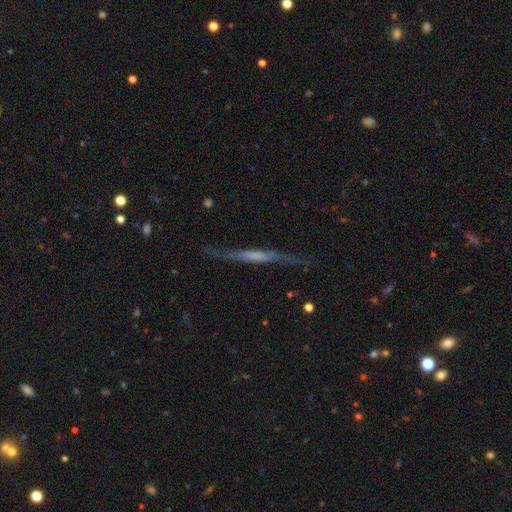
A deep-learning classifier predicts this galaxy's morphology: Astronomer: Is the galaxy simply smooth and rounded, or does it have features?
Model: featured or disk — 64%.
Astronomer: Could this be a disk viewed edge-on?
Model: yes — 90%.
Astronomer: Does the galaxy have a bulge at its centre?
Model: none — 55%.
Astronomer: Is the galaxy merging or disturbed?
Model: none — 75%.